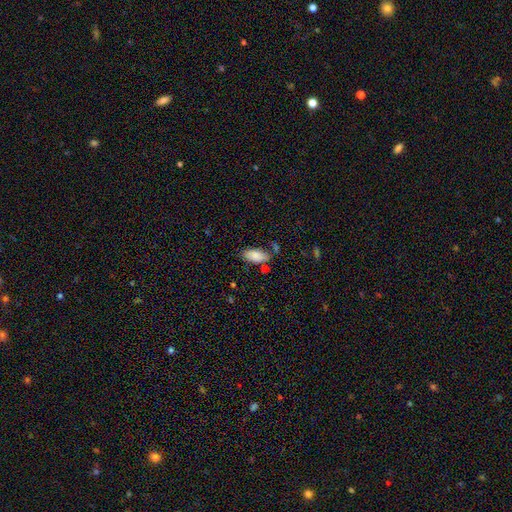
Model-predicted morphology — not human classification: Smooth or featured? smooth (85%)
How rounded? in between (92%)
Merging? none (66%)